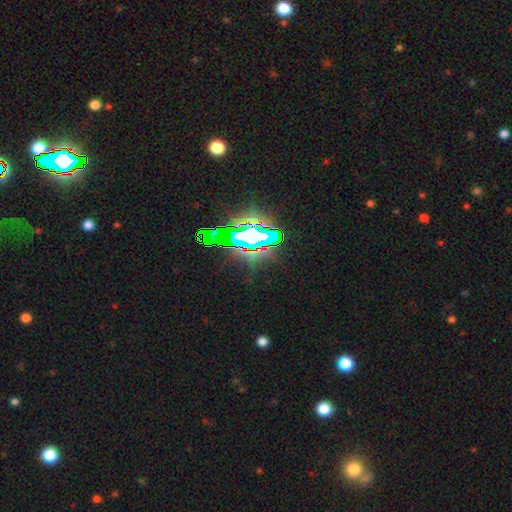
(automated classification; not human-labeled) The model was most divided on "smooth or featured": star or artifact: 71%, smooth: 14%, featured or disk: 14%.